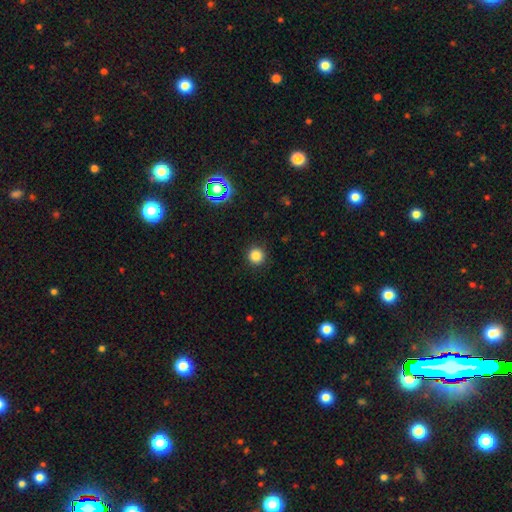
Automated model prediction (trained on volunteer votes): Smooth or featured? Predicted: smooth (p=0.83). How rounded? Predicted: round (p=0.95). Merging? Predicted: none (p=0.92).